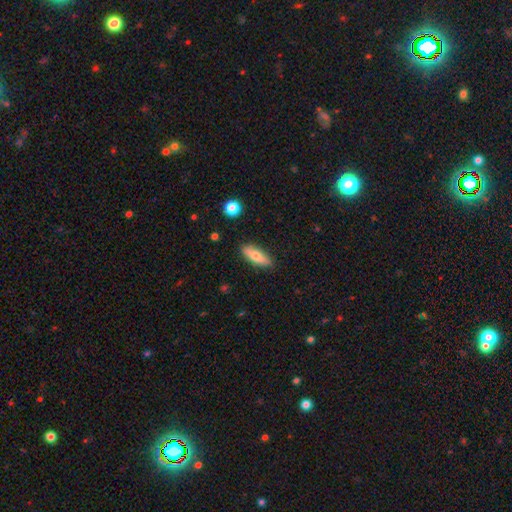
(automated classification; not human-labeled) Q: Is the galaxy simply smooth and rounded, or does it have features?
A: smooth — 68%.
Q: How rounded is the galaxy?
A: in between — 65%.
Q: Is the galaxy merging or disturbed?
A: none — 84%.